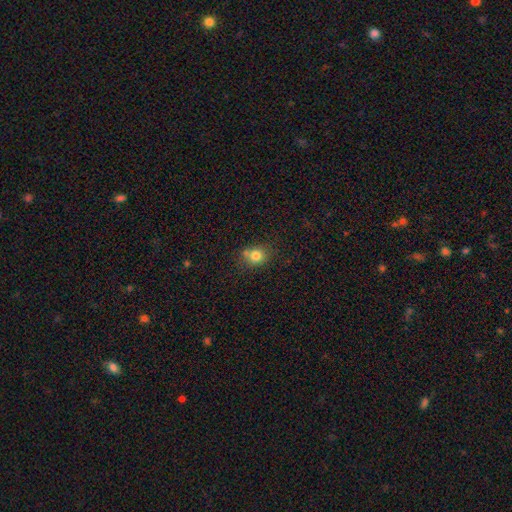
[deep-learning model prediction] smooth-or-featured: smooth: 79% | star or artifact: 12% | featured or disk: 9%
  how-rounded: round: 69% | in between: 30% | cigar-shaped: 1%
  merging: none: 64% | minor disturbance: 17% | merger: 15% | major disturbance: 4%